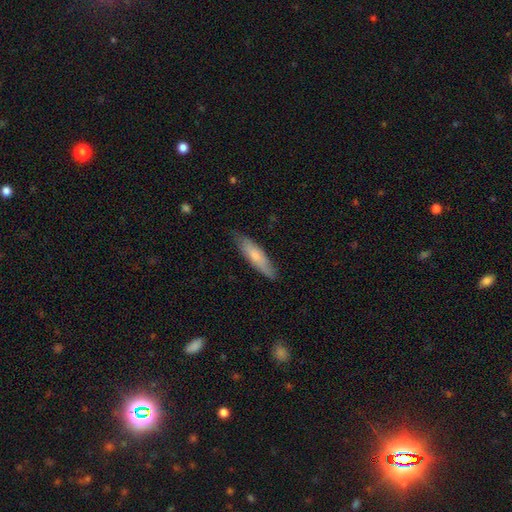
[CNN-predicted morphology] smooth-or-featured: smooth: 69% | featured or disk: 26% | star or artifact: 5%
  how-rounded: cigar-shaped: 72% | in between: 26% | round: 2%
  merging: none: 80% | minor disturbance: 16% | major disturbance: 2% | merger: 1%